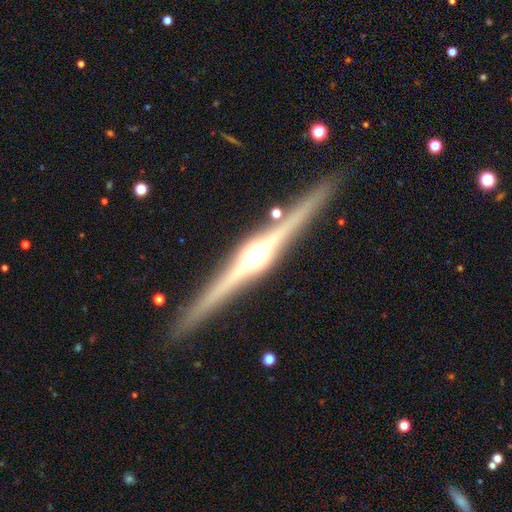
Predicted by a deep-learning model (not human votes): Smooth or featured: featured or disk — 88% (smooth — 7%)
Edge-on disk: yes — 99% (no — 1%)
Edge-on bulge: rounded — 87% (boxy — 10%)
Merging: none — 90% (minor disturbance — 7%)